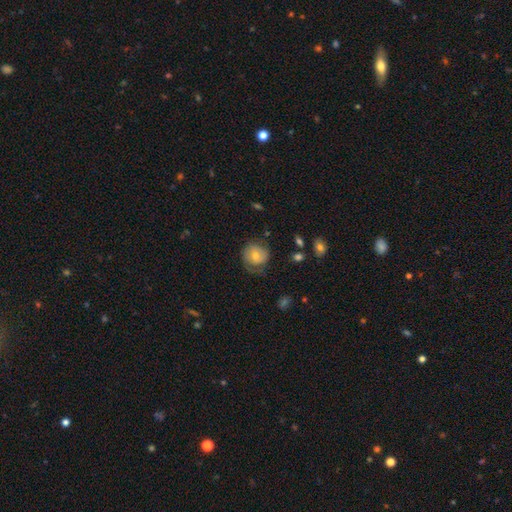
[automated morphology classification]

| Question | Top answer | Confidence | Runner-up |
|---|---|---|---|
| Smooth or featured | featured or disk | 52% | smooth (40%) |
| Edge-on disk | no | 97% | yes (3%) |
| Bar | no | 67% | weak (27%) |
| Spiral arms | yes | 76% | no (24%) |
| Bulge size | moderate | 58% | small (36%) |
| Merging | none | 59% | minor disturbance (23%) |